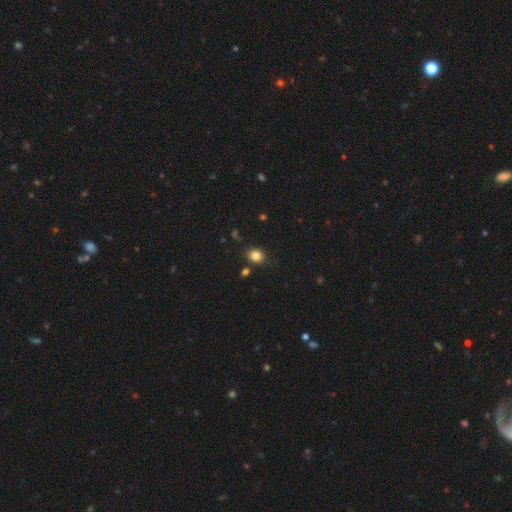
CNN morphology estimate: The model was most divided on "how rounded": round: 63%, in between: 36%, cigar-shaped: 1%. More confident: smooth or featured — smooth (83%); merging — none (82%).